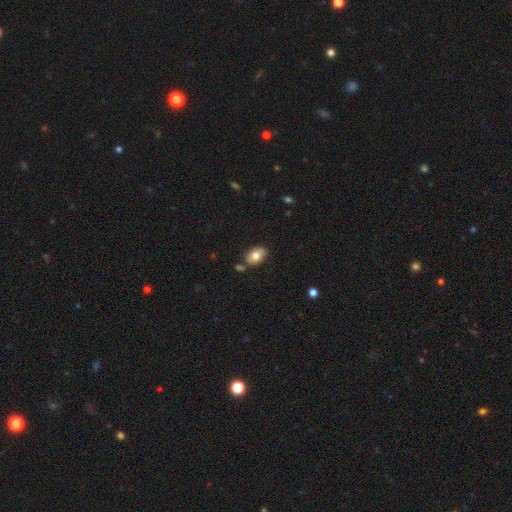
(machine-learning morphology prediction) type=smooth (75%); roundness=in between (80%); merging=none (77%).